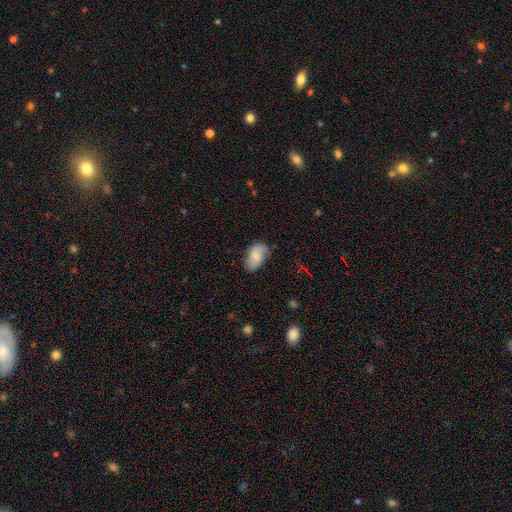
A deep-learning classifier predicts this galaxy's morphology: Q: Smooth or featured?
A: smooth (66%); runner-up: featured or disk (26%)
Q: How rounded?
A: in between (91%); runner-up: round (8%)
Q: Merging?
A: none (65%); runner-up: minor disturbance (27%)